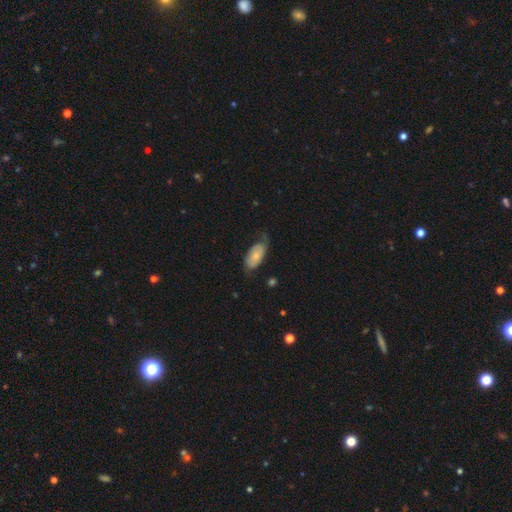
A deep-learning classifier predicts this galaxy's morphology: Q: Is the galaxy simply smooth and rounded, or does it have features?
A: smooth — 65%.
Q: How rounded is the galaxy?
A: in between — 93%.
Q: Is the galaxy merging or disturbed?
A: none — 52%.